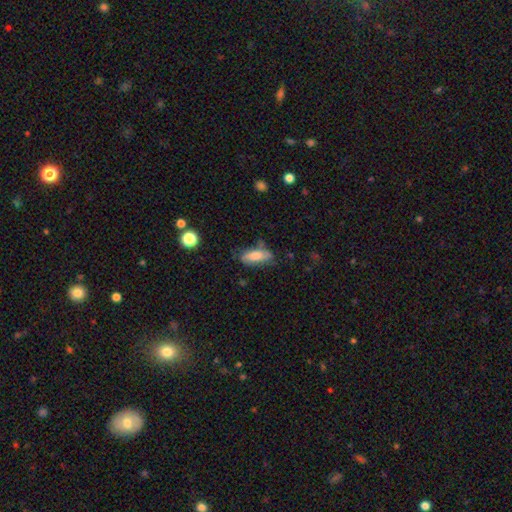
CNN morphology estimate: Smooth or featured? Predicted: smooth (p=0.72). How rounded? Predicted: in between (p=0.73). Merging? Predicted: none (p=0.59).